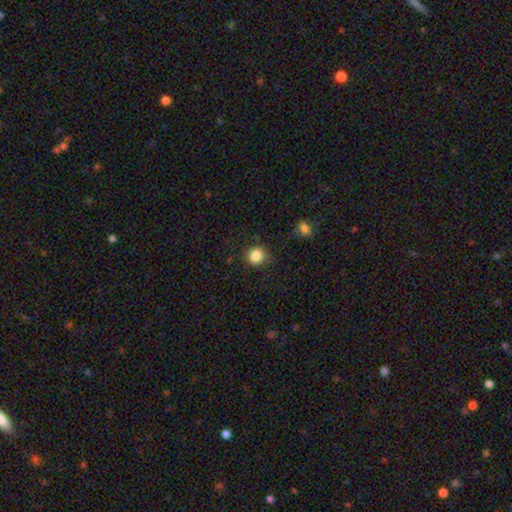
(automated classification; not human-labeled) A smooth galaxy with no disk features (86%) that is round (86%). Merging: none (84%).